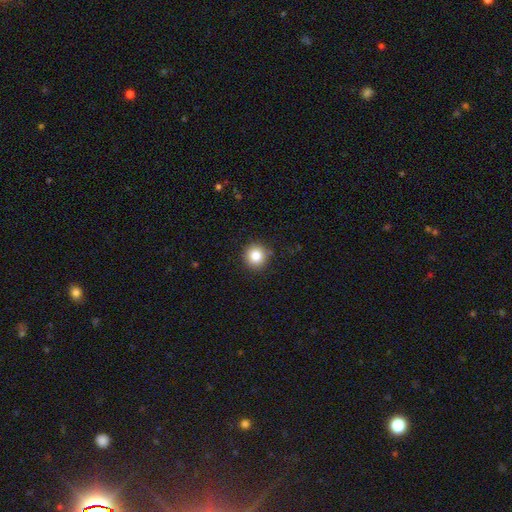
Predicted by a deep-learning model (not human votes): The model was most divided on "smooth or featured": smooth: 84%, star or artifact: 10%, featured or disk: 5%. More confident: how rounded — round (92%); merging — none (89%).